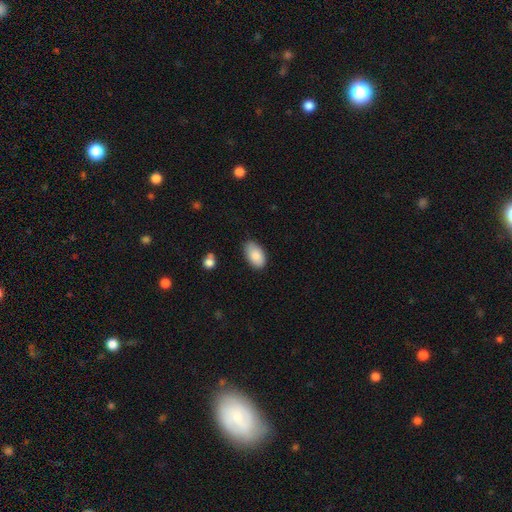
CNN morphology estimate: Smooth or featured: smooth — 87% (star or artifact — 7%)
How rounded: in between — 94% (round — 4%)
Merging: none — 78% (minor disturbance — 18%)